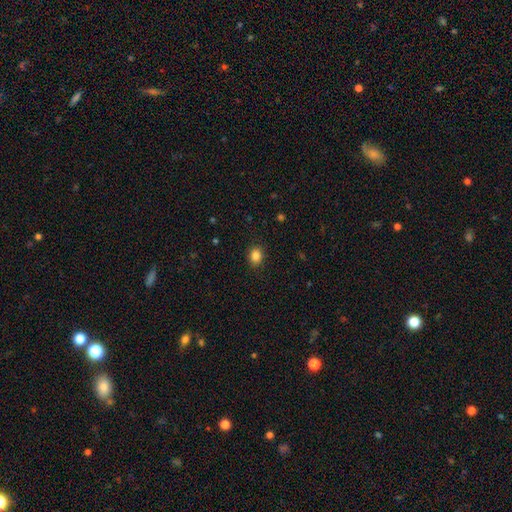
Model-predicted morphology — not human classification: The model was most divided on "how rounded": round: 56%, in between: 44%, cigar-shaped: 1%. More confident: merging — none (88%); smooth or featured — smooth (85%).